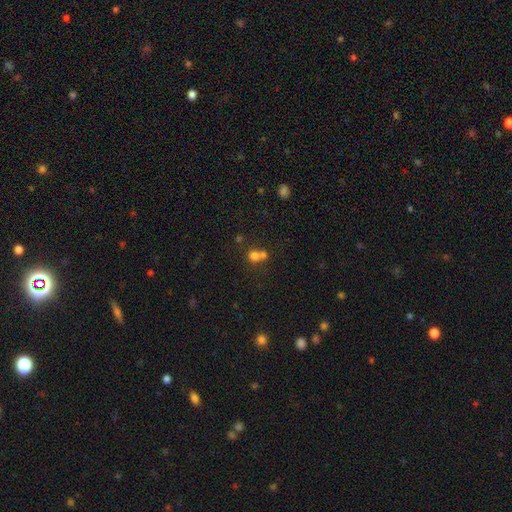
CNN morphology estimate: smooth_or_featured: smooth (p=0.72) [alt: star or artifact p=0.16]
how_rounded: round (p=0.75) [alt: in between p=0.24]
merging: merger (p=0.56) [alt: none p=0.33]